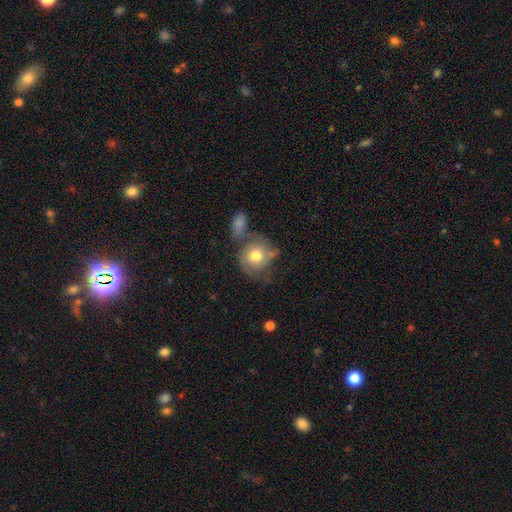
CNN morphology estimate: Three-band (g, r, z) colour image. It shows a smooth galaxy with no disk features (65%) that is round (83%). Merging: none (44%).